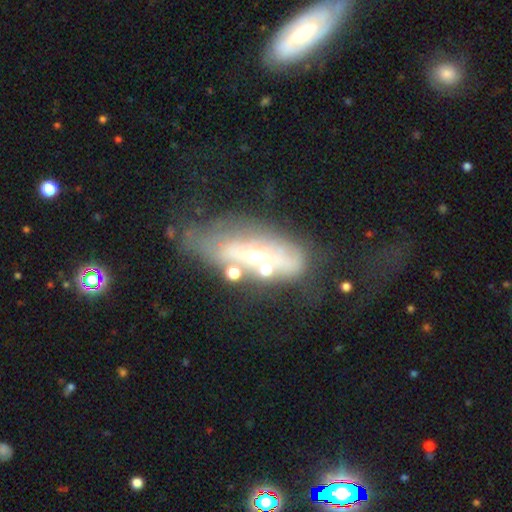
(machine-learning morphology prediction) smooth_or_featured: featured or disk (p=0.61) [alt: smooth p=0.27]
disk_edge_on: no (p=0.74) [alt: yes p=0.26]
merging: none (p=0.33) [alt: major disturbance p=0.27]